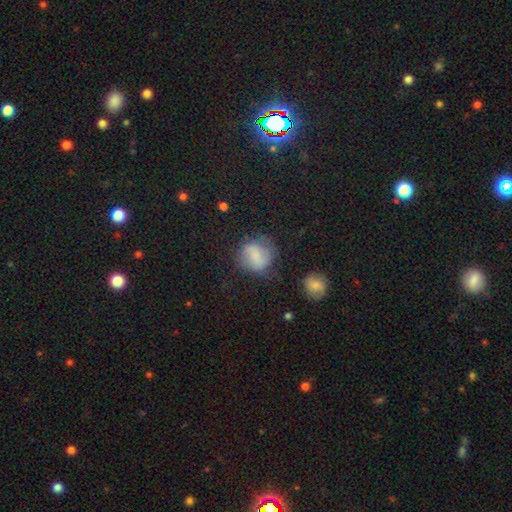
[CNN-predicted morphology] A smooth galaxy with no disk features (67%) that is round (75%). Merging: none (61%).